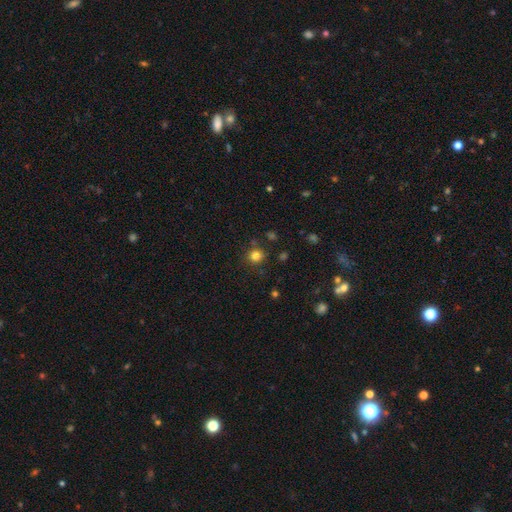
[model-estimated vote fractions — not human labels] Smooth or featured? smooth (80%)
How rounded? round (89%)
Merging? none (84%)